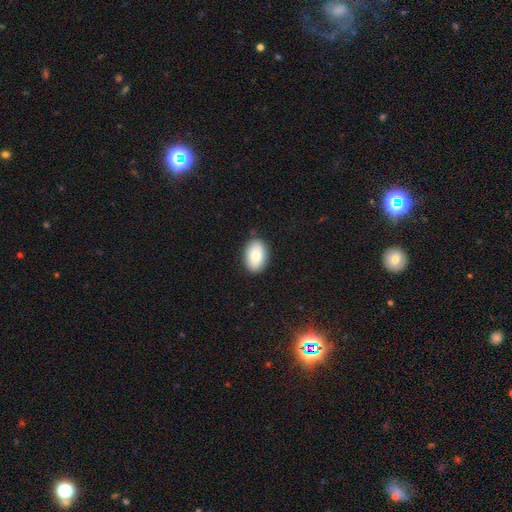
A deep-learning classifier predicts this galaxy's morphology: The model was most divided on "smooth or featured": smooth: 79%, featured or disk: 14%, star or artifact: 7%. More confident: how rounded — in between (88%); merging — none (87%).